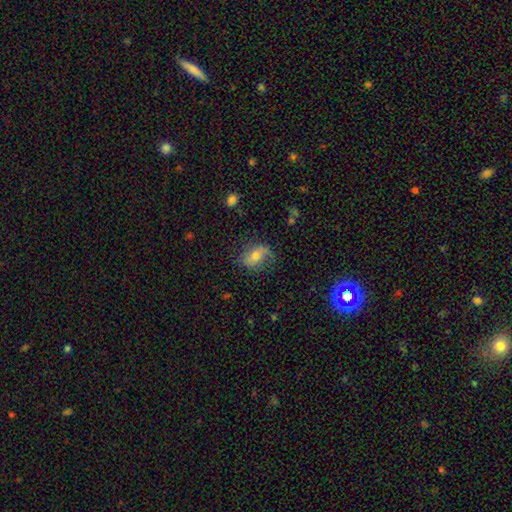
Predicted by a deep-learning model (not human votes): Overall: smooth (50%; featured or disk 41%). Merging: none (64%).